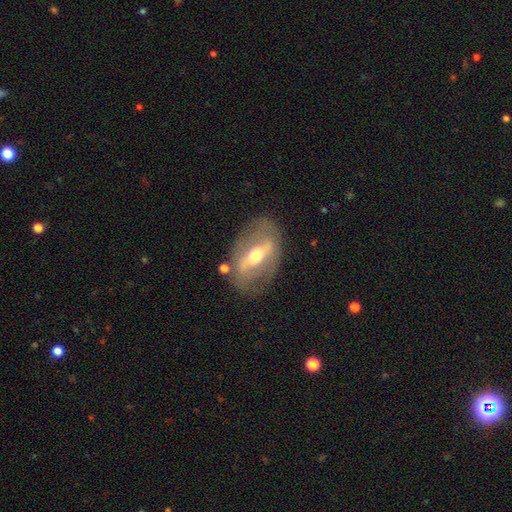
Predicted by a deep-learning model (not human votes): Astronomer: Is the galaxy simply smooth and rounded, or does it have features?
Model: featured or disk — 74%.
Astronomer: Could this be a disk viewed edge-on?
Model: no — 81%.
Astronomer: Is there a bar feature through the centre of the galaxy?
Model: strong — 65%.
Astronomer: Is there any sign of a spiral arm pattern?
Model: no — 59% (runner-up: yes, 41%).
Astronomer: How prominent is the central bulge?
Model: moderate — 69%.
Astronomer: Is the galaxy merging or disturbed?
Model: none — 75%.